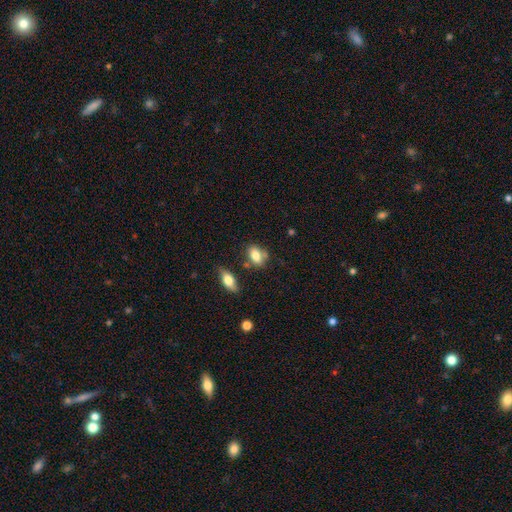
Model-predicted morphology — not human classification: Smooth or featured? smooth (79%)
How rounded? in between (82%)
Merging? none (62%)